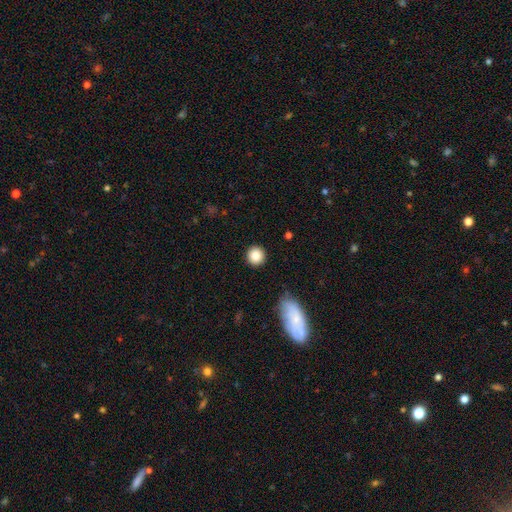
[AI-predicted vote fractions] Smooth or featured? smooth (85%)
How rounded? round (93%)
Merging? none (90%)